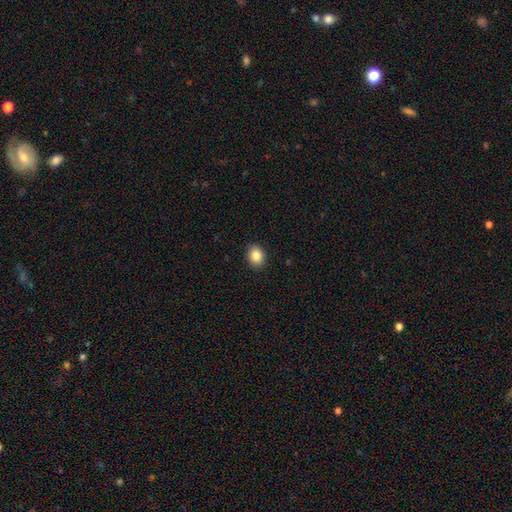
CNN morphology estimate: A smooth galaxy with no disk features (85%) that is in between round and cigar-shaped (50%).

Vote fractions:
- Smooth or featured? smooth: 85% / star or artifact: 9% / featured or disk: 5%
- How rounded? in between: 50% / round: 49% / cigar-shaped: 1%
- Merging? none: 90% / minor disturbance: 7% / major disturbance: 2% / merger: 1%